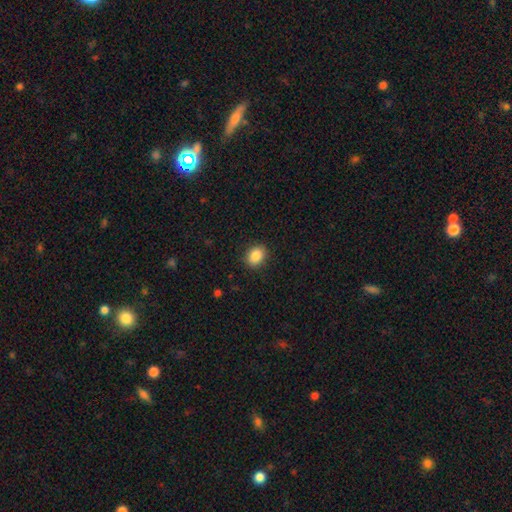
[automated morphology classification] A smooth galaxy with no disk features (86%) that is in between round and cigar-shaped (51%).

Vote fractions:
- Smooth or featured? smooth: 86% / star or artifact: 9% / featured or disk: 5%
- How rounded? in between: 51% / round: 48% / cigar-shaped: 1%
- Merging? none: 89% / minor disturbance: 8% / major disturbance: 2% / merger: 1%